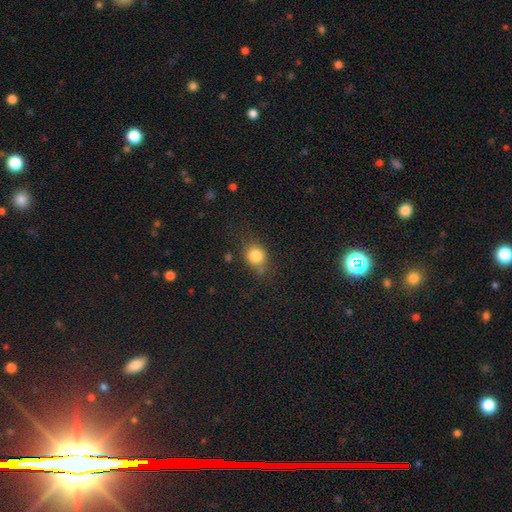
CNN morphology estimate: smooth_or_featured: smooth (p=0.82) [alt: star or artifact p=0.11]
how_rounded: round (p=0.71) [alt: in between p=0.28]
merging: none (p=0.68) [alt: minor disturbance p=0.20]